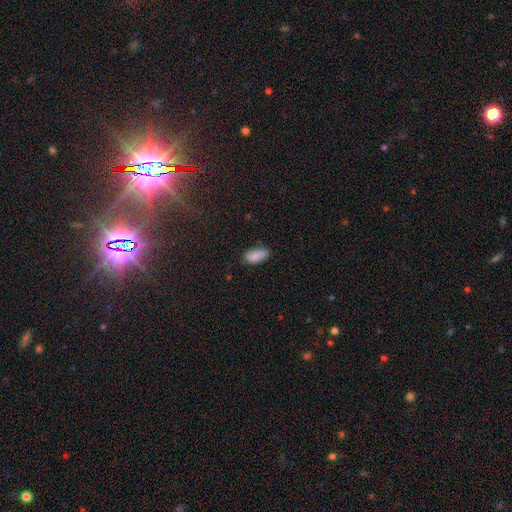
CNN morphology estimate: type=smooth (83%); roundness=in between (92%); merging=none (77%).